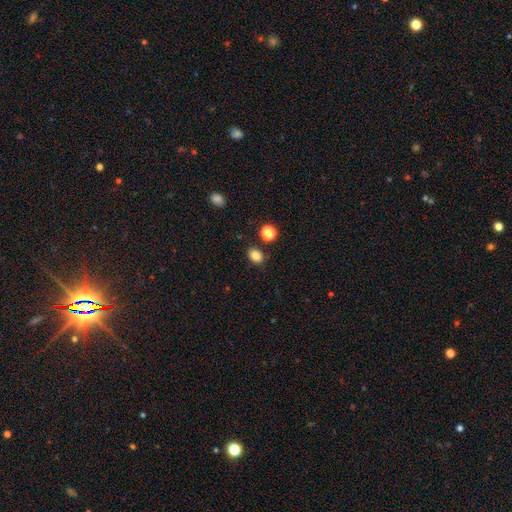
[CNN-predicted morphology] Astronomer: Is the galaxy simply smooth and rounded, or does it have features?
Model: smooth — 83%.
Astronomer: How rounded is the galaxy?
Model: in between — 61% (runner-up: round, 38%).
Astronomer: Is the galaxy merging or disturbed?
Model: none — 82%.